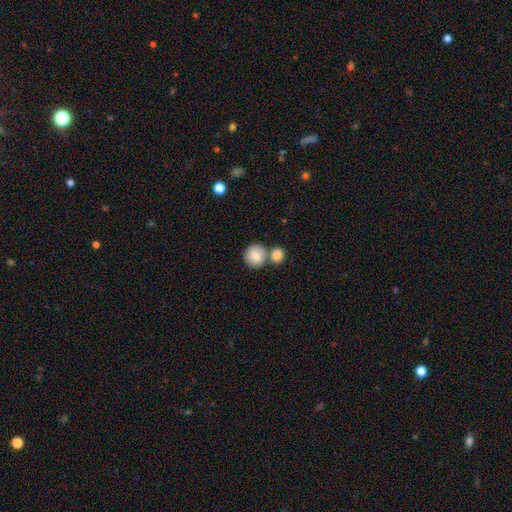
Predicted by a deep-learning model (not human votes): The model was most divided on "merging": none: 50%, merger: 38%, minor disturbance: 9%, major disturbance: 3%. More confident: how rounded — round (90%); smooth or featured — smooth (83%).